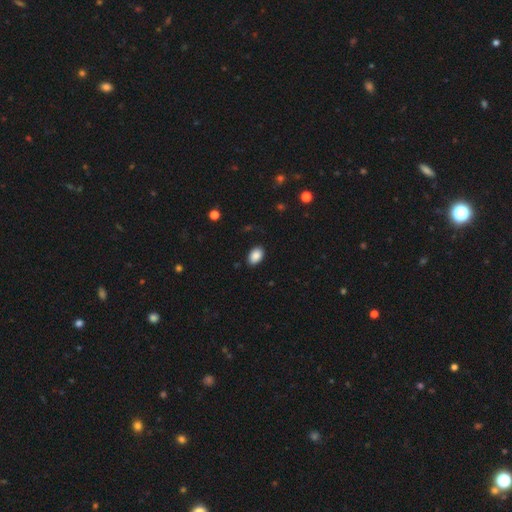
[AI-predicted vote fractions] A smooth galaxy with no disk features (88%) that is in between round and cigar-shaped (89%). Merging: none (87%).